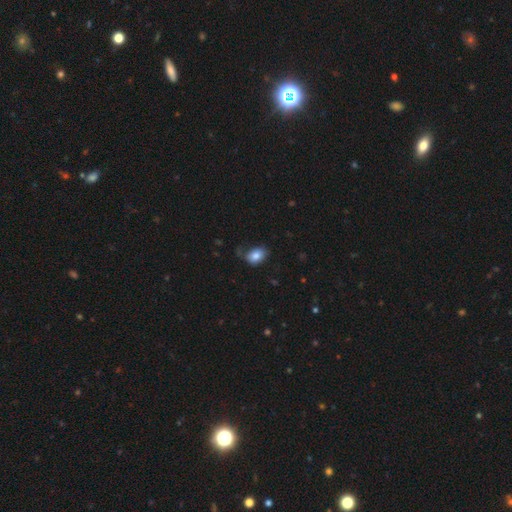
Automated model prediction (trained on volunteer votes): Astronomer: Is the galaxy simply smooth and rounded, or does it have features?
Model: smooth — 82%.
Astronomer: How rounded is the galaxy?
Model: in between — 78%.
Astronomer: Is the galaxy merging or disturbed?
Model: none — 62%.